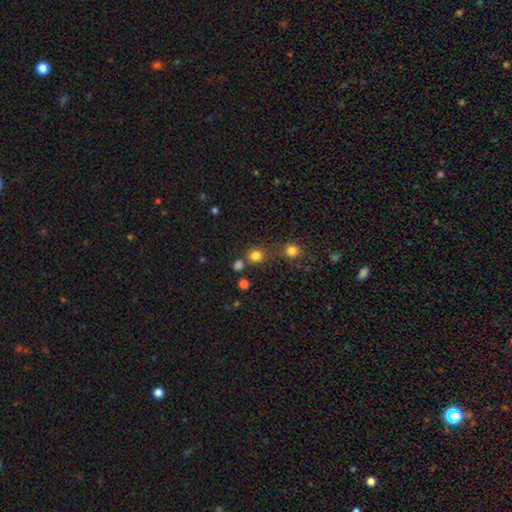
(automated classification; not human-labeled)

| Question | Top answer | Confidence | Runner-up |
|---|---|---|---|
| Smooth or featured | smooth | 79% | star or artifact (16%) |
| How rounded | round | 87% | in between (12%) |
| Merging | none | 69% | merger (18%) |